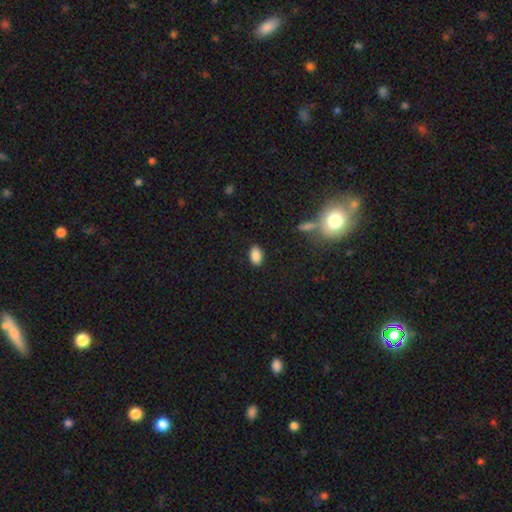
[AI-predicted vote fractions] Overall: smooth (86%). How rounded: in between (89%). Merging: none (87%).